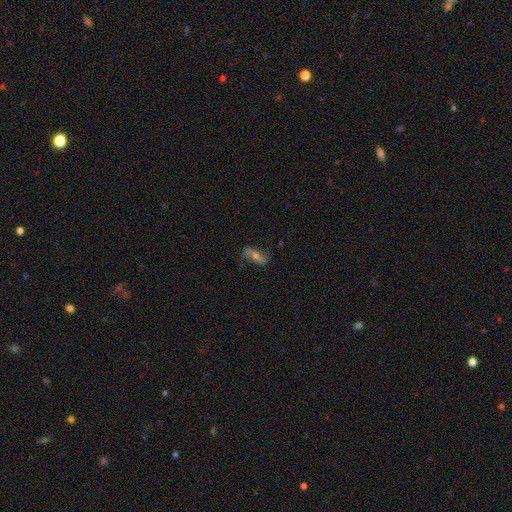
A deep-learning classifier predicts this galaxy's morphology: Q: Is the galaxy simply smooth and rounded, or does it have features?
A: featured or disk — 64%.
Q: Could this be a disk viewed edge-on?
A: no — 85%.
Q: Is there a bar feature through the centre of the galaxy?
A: no — 43%.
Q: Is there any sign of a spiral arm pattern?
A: yes — 80%.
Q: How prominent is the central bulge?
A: moderate — 61%.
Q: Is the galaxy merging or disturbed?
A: none — 74%.